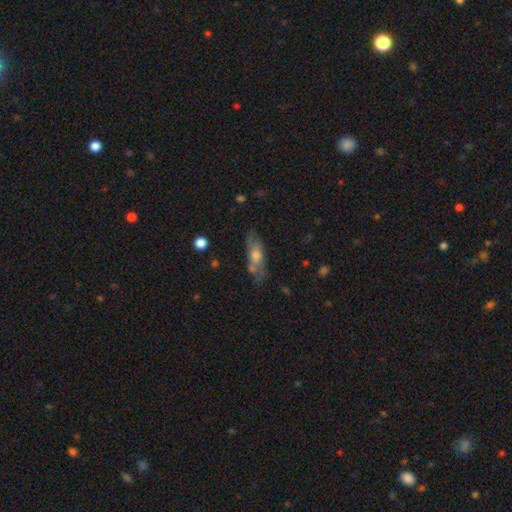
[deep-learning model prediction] Smooth or featured? Predicted: smooth (p=0.49). Merging? Predicted: none (p=0.66).